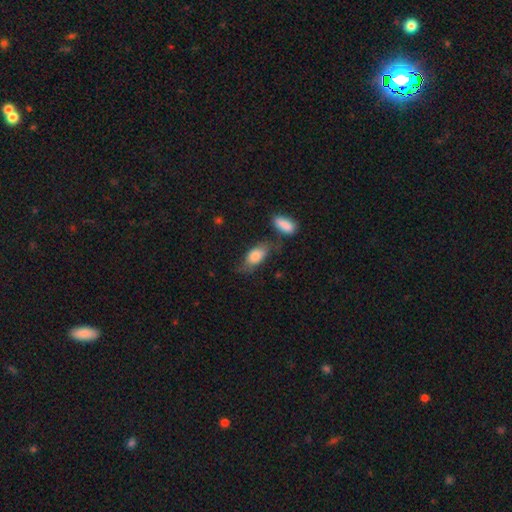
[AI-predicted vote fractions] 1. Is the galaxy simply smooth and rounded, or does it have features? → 81% smooth, 13% featured or disk, 6% star or artifact.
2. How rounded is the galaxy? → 88% in between, 7% cigar-shaped, 4% round.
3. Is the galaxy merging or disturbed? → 51% none, 25% minor disturbance, 13% merger, 10% major disturbance.